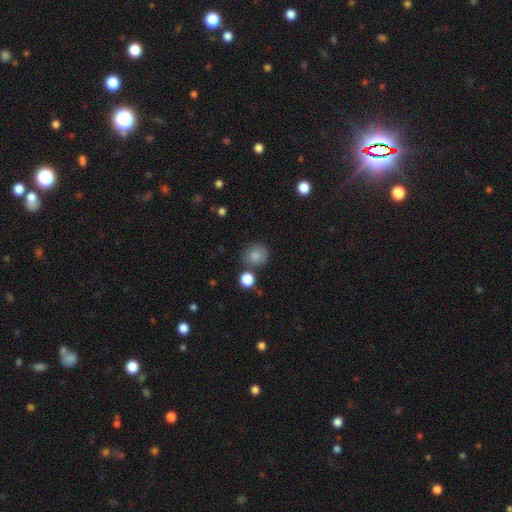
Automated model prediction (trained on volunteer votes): smooth 84%, star or artifact 10%, featured or disk 6%. Down the decision tree: how rounded — round (85%); merging — none (74%).